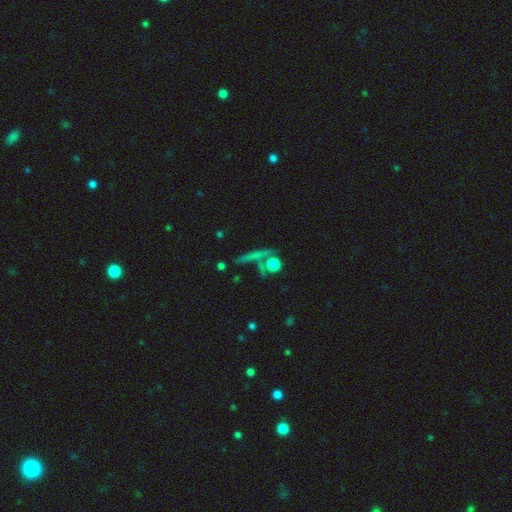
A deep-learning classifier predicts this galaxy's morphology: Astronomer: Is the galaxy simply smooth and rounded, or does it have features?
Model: smooth — 55%.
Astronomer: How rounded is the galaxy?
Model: cigar-shaped — 51% (runner-up: round, 37%).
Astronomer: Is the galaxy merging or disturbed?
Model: none — 67%.